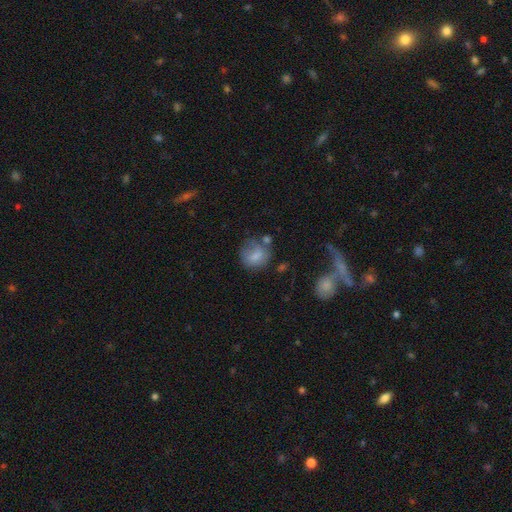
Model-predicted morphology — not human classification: Smooth or featured? smooth (74%)
How rounded? round (68%)
Merging? none (52%)